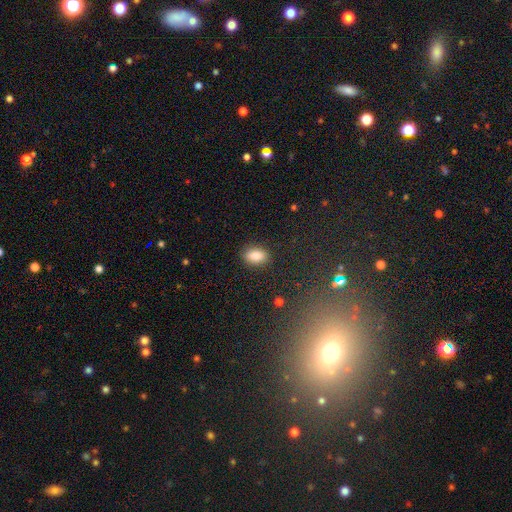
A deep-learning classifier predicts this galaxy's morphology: This is clearly a smooth galaxy (87%). How rounded: clearly in between (86%). Merging: clearly none (86%).